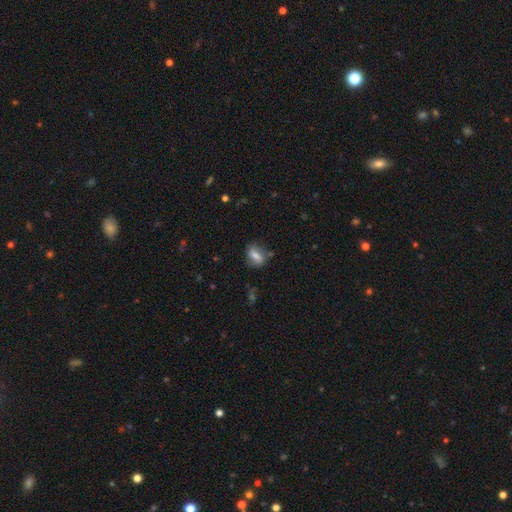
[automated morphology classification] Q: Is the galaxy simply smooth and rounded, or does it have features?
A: smooth — 69%.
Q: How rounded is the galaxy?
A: in between — 72%.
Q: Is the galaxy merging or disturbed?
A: none — 69%.